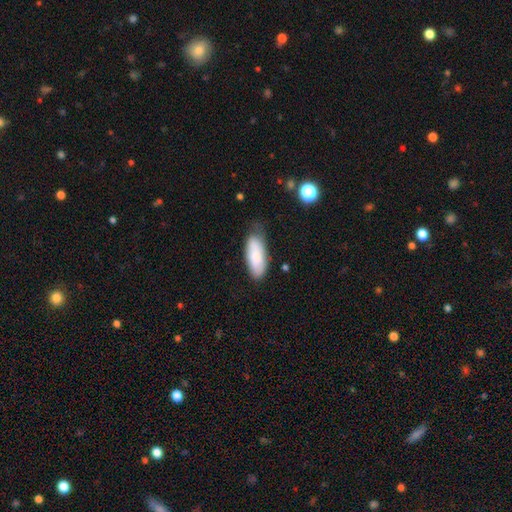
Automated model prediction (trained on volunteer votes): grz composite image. It shows a smooth galaxy with no disk features (80%) that is in between round and cigar-shaped (77%). Merging: none (62%).